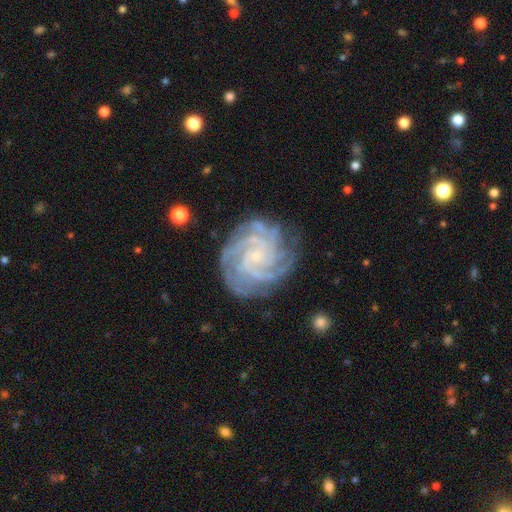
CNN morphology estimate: Smooth or featured: featured or disk — 91% (star or artifact — 5%)
Edge-on disk: no — 98% (yes — 2%)
Bar: no — 68% (weak — 24%)
Spiral arms: yes — 99% (no — 1%)
Spiral winding: tight — 76% (medium — 21%)
Spiral arm count: 4 — 38% (3 — 19%)
Bulge size: small — 83% (moderate — 8%)
Merging: none — 80% (minor disturbance — 14%)